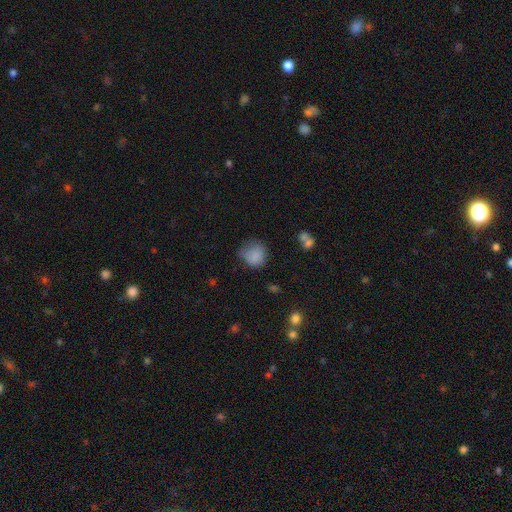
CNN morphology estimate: Smooth or featured? smooth (82%)
How rounded? round (77%)
Merging? none (51%)